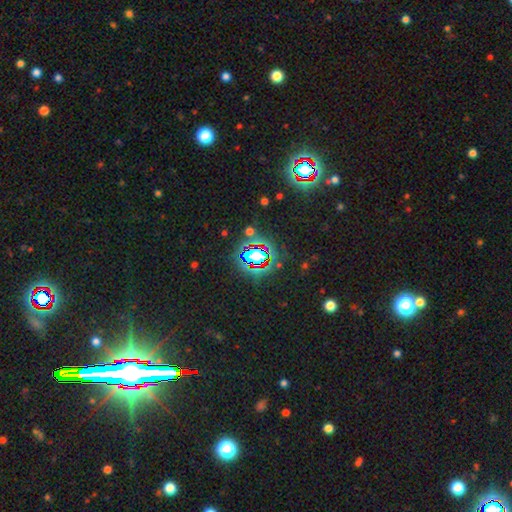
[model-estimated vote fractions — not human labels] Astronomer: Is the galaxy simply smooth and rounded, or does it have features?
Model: star or artifact — 71%.